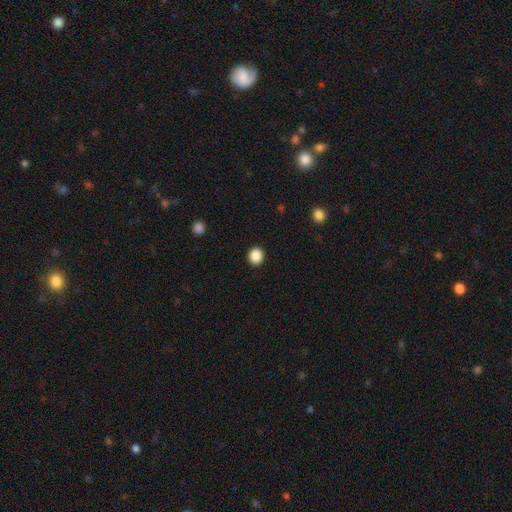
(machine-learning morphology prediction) Smooth or featured? smooth (88%)
How rounded? round (80%)
Merging? none (92%)